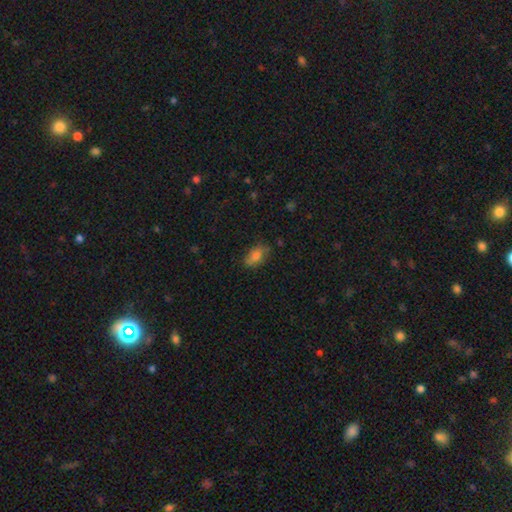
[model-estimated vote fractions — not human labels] A smooth galaxy with no disk features (76%) that is in between round and cigar-shaped (87%). Merging: none (69%).